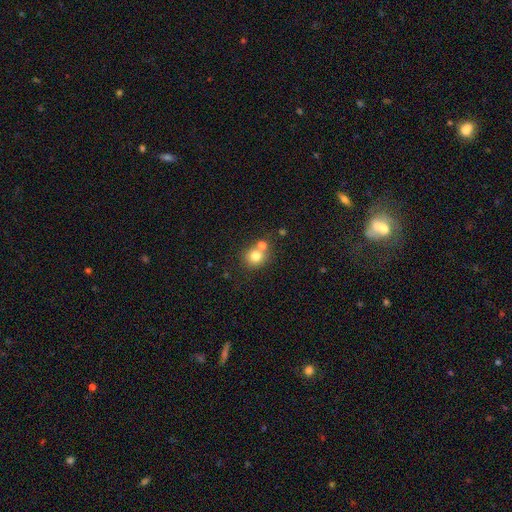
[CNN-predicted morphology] Smooth or featured?
  - smooth: 78% *
  - star or artifact: 12%
  - featured or disk: 11%
How rounded?
  - round: 86% *
  - in between: 13%
  - cigar-shaped: 1%
Merging?
  - none: 54% *
  - merger: 35%
  - minor disturbance: 8%
  - major disturbance: 3%